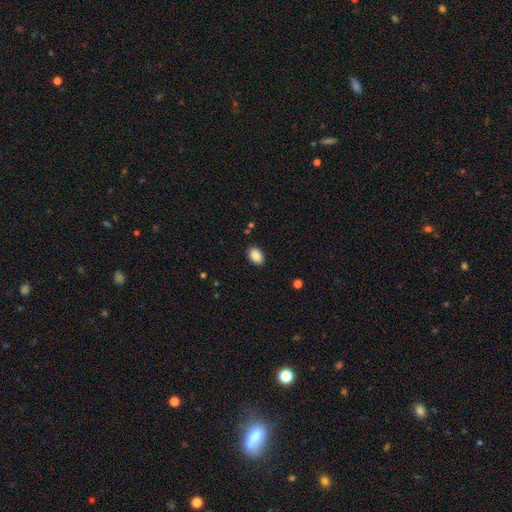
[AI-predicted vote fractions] This is clearly a smooth galaxy (89%). How rounded: clearly in between (84%). Merging: clearly none (87%).